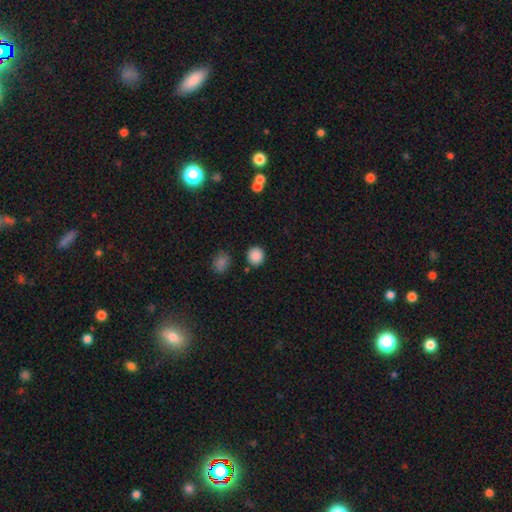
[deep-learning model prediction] This is clearly a smooth galaxy (87%). How rounded: clearly round (90%). Merging: clearly none (85%).